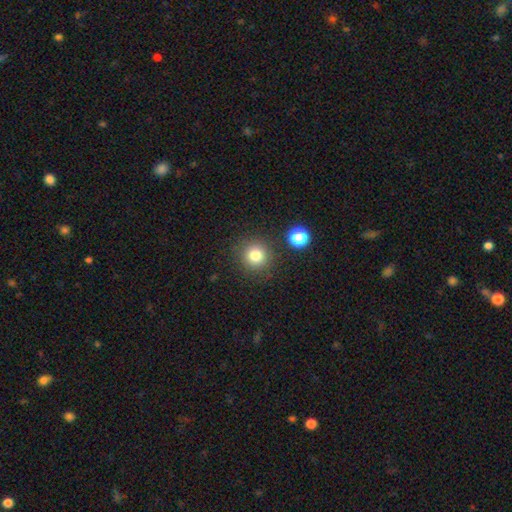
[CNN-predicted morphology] smooth-or-featured: smooth: 78% | star or artifact: 16% | featured or disk: 6%
  how-rounded: round: 95% | in between: 4% | cigar-shaped: 1%
  merging: none: 89% | minor disturbance: 6% | merger: 3% | major disturbance: 2%